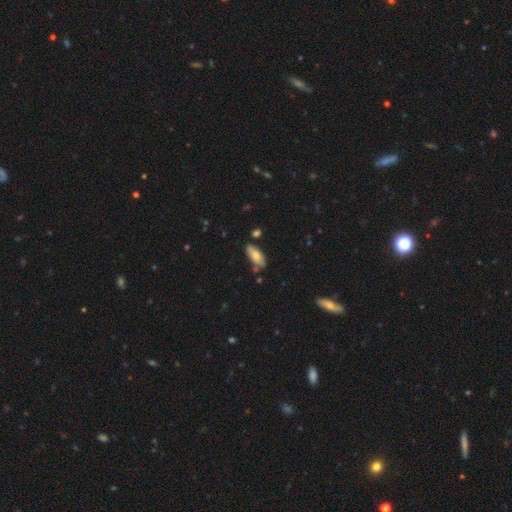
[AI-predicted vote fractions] Q: Smooth or featured?
A: smooth (76%); runner-up: featured or disk (17%)
Q: How rounded?
A: in between (82%); runner-up: cigar-shaped (16%)
Q: Merging?
A: none (70%); runner-up: minor disturbance (19%)